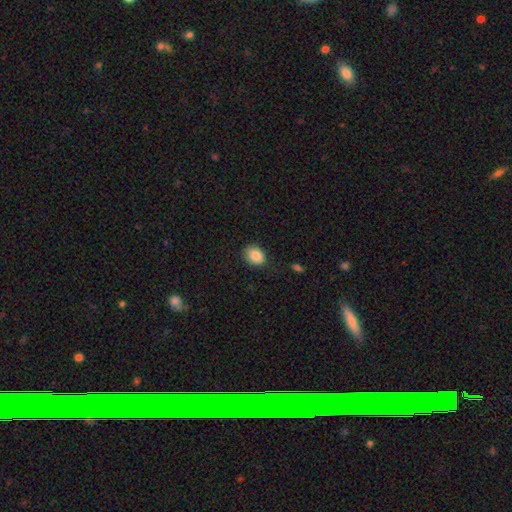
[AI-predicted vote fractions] This appears to be a smooth galaxy with no disk features (86%) that is in between round and cigar-shaped (60%). Merging: none (82%).